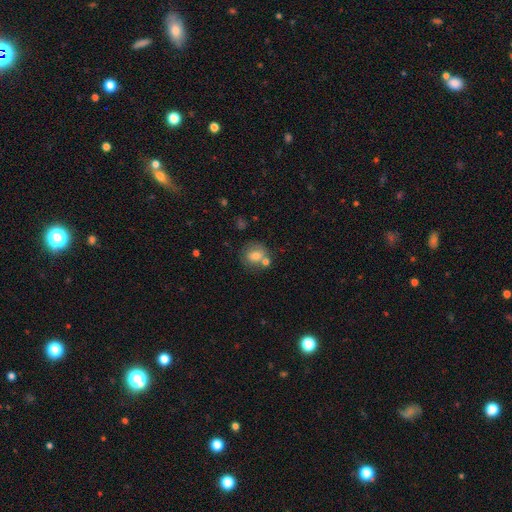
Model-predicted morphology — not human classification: Q: Smooth or featured?
A: smooth (68%); runner-up: featured or disk (22%)
Q: How rounded?
A: round (70%); runner-up: in between (29%)
Q: Merging?
A: none (51%); runner-up: merger (25%)